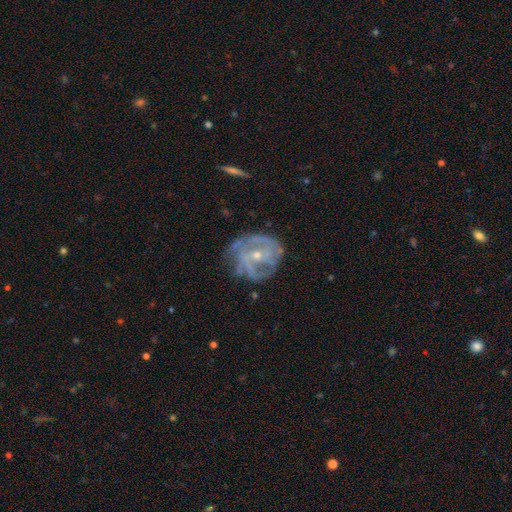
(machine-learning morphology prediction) Smooth or featured: featured or disk — 83% (smooth — 10%)
Edge-on disk: no — 97% (yes — 3%)
Bar: no — 47% (weak — 39%)
Spiral arms: yes — 88% (no — 12%)
Spiral winding: tight — 48% (medium — 39%)
Spiral arm count: 2 — 31% (can't tell — 30%)
Bulge size: small — 64% (moderate — 33%)
Merging: none — 60% (minor disturbance — 24%)